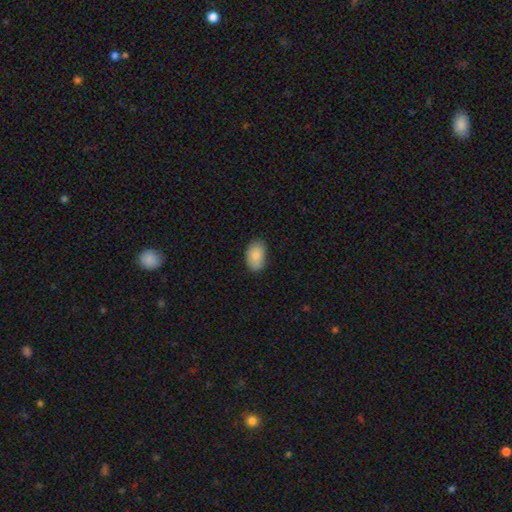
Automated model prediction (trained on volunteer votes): smooth_or_featured: smooth (p=0.86) [alt: featured or disk p=0.07]
how_rounded: in between (p=0.92) [alt: round p=0.07]
merging: none (p=0.74) [alt: minor disturbance p=0.22]